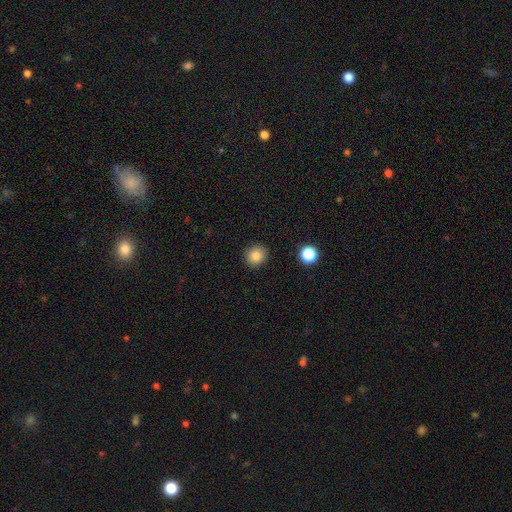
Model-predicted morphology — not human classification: Smooth or featured? Predicted: smooth (p=0.84). How rounded? Predicted: round (p=0.85). Merging? Predicted: none (p=0.91).